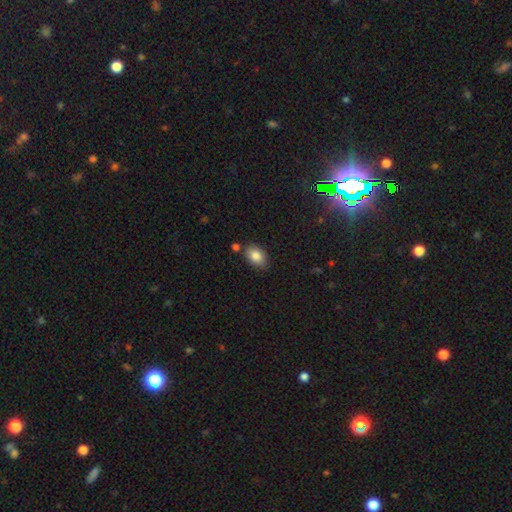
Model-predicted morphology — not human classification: Smooth or featured? Predicted: smooth (p=0.85). How rounded? Predicted: in between (p=0.86). Merging? Predicted: none (p=0.78).